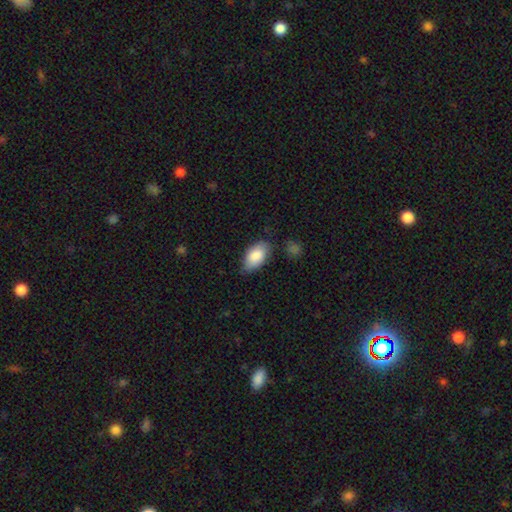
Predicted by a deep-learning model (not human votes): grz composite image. It shows a smooth galaxy with no disk features (86%) that is in between round and cigar-shaped (94%). Merging: none (71%).